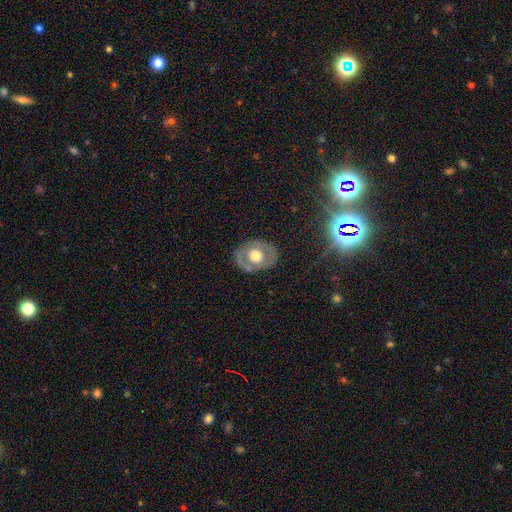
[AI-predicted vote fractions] smooth-or-featured: featured or disk: 53% | smooth: 41% | star or artifact: 6%
  disk-edge-on: no: 93% | yes: 7%
  merging: none: 78% | minor disturbance: 15% | major disturbance: 6% | merger: 2%